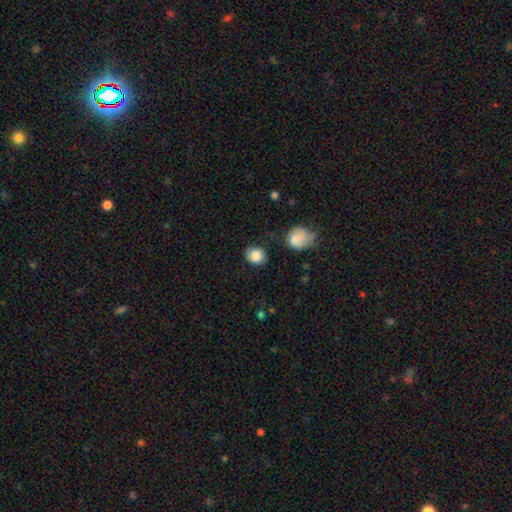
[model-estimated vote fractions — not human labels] Overall: smooth (84%). How rounded: round (75%). Merging: none (72%).